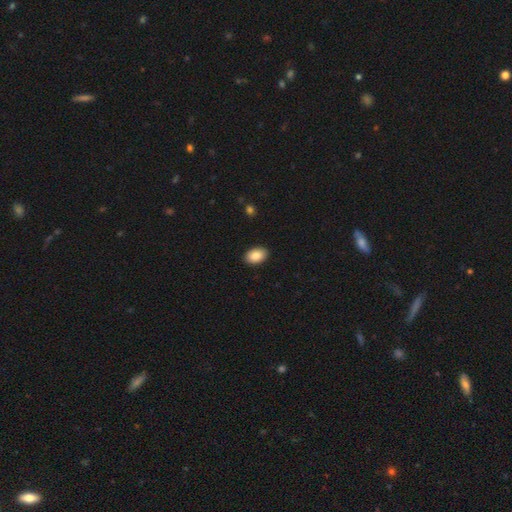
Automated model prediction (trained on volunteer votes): This appears to be a smooth galaxy with no disk features (88%) that is in between round and cigar-shaped (91%). Merging: none (91%).